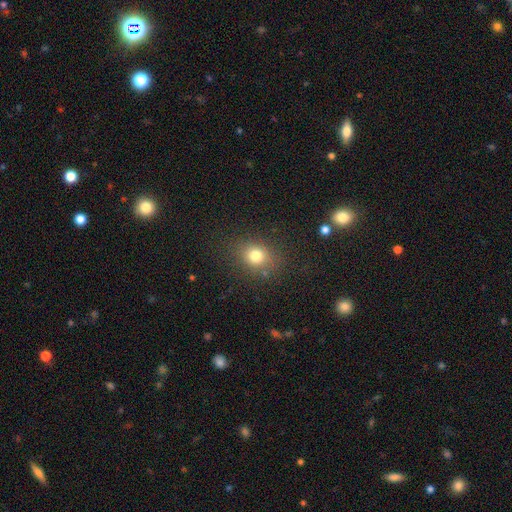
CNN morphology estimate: Overall: smooth (77%). How rounded: round (64%; in between 35%). Merging: none (81%).